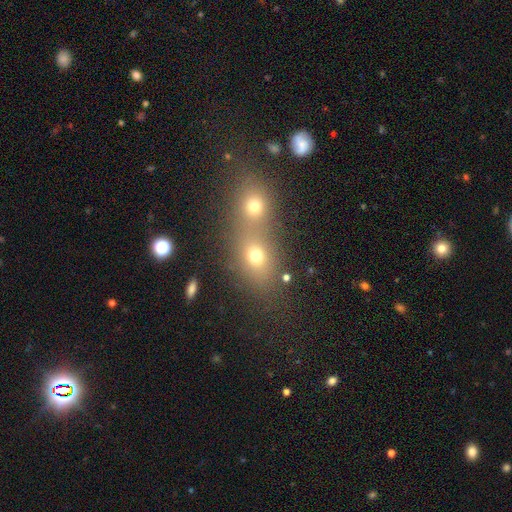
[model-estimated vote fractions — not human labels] smooth_or_featured: smooth (p=0.68) [alt: star or artifact p=0.18]
how_rounded: round (p=0.50) [alt: in between p=0.48]
merging: merger (p=0.59) [alt: none p=0.32]